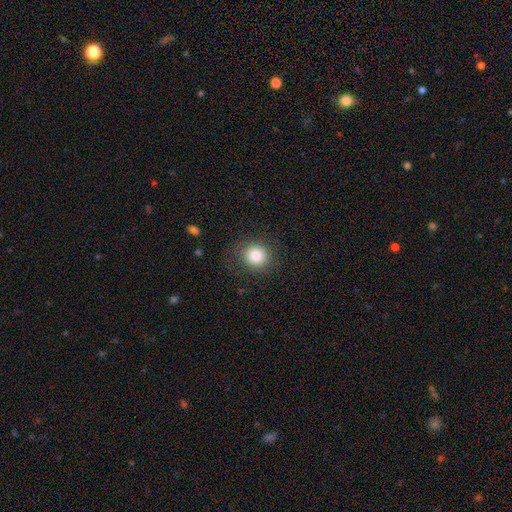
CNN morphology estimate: Smooth or featured: smooth — 83% (star or artifact — 10%)
How rounded: round — 86% (in between — 13%)
Merging: none — 85% (minor disturbance — 10%)